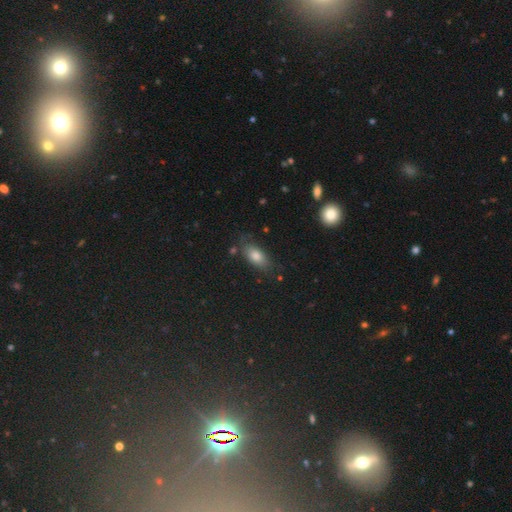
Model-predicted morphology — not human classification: Q: Smooth or featured?
A: smooth (76%); runner-up: featured or disk (14%)
Q: How rounded?
A: in between (85%); runner-up: cigar-shaped (10%)
Q: Merging?
A: none (71%); runner-up: minor disturbance (20%)